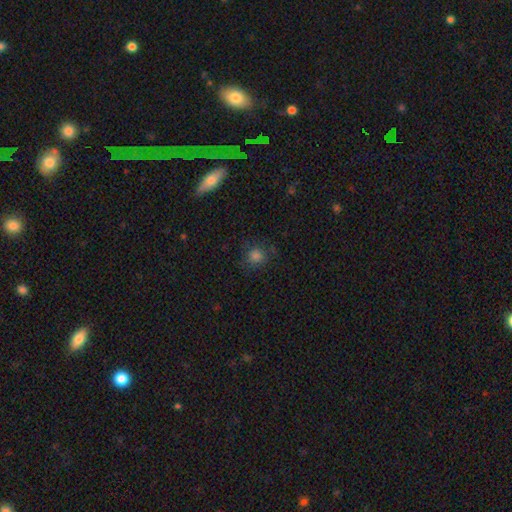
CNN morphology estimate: smooth_or_featured: smooth (p=0.80) [alt: star or artifact p=0.14]
how_rounded: round (p=0.89) [alt: in between p=0.10]
merging: none (p=0.78) [alt: minor disturbance p=0.15]